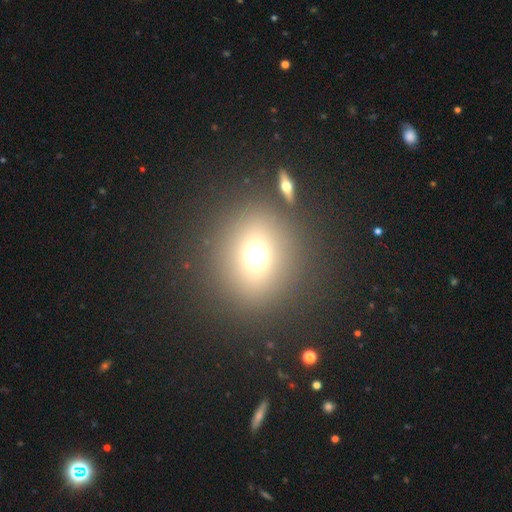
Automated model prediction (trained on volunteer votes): A smooth galaxy with no disk features (67%) that is round (77%). Merging: none (81%).